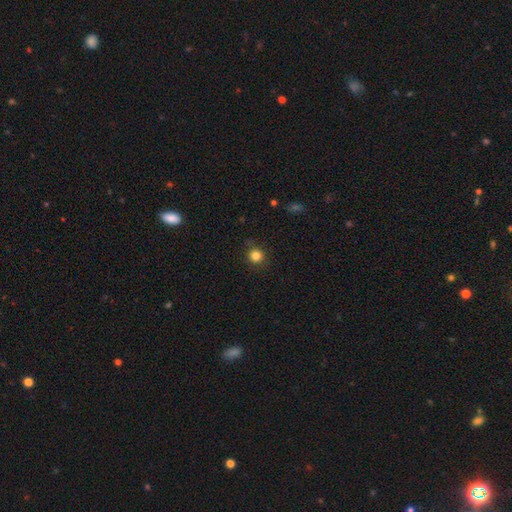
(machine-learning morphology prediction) A smooth galaxy with no disk features (83%) that is round (92%). Merging: none (85%).